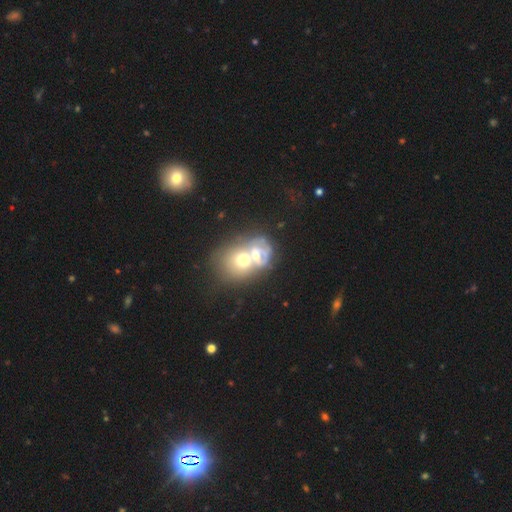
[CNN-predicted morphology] smooth_or_featured: smooth (p=0.46) [alt: featured or disk p=0.42]
merging: merger (p=0.73) [alt: none p=0.14]